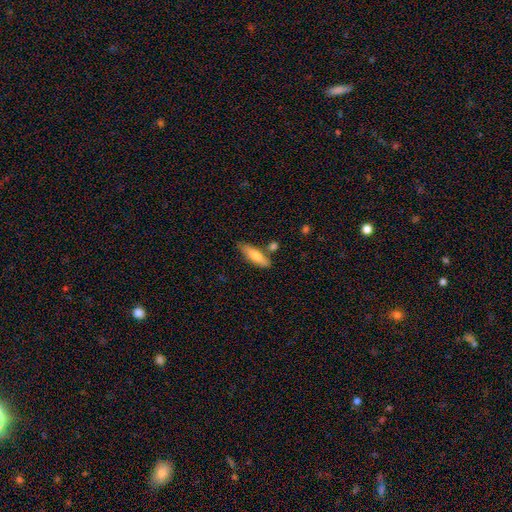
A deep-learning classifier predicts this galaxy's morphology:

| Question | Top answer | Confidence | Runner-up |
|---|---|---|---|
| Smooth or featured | smooth | 70% | featured or disk (24%) |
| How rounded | cigar-shaped | 57% | in between (41%) |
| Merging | none | 75% | minor disturbance (14%) |